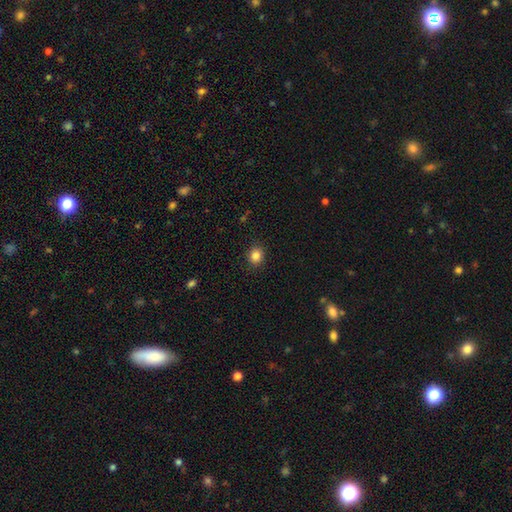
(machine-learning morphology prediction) Overall: smooth (85%). How rounded: round (75%). Merging: none (90%).